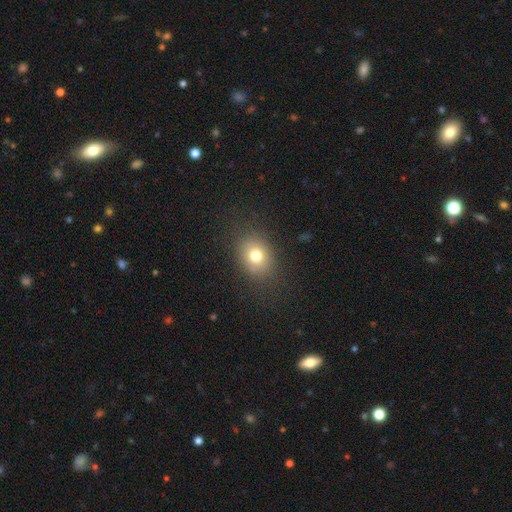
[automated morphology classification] A smooth galaxy with no disk features (75%) that is round (51%). Merging: none (83%).